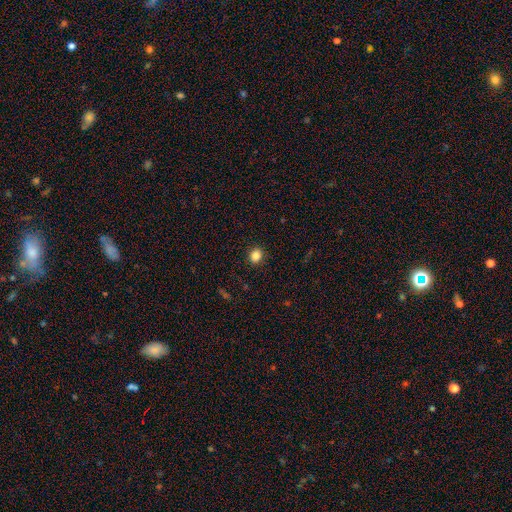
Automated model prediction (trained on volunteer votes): Overall: smooth (85%). How rounded: round (74%). Merging: none (91%).